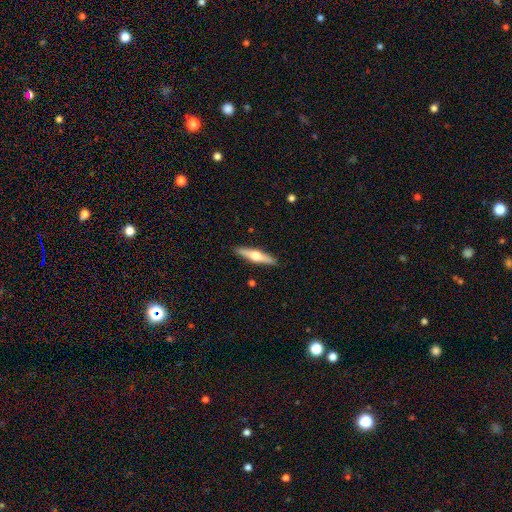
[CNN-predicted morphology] A featured or disk galaxy (59%) viewed edge-on (97%) with a rounded central bulge (94%).

Vote fractions:
- Smooth or featured? featured or disk: 59% / smooth: 36% / star or artifact: 5%
- Edge-on disk? yes: 97% / no: 3%
- Edge-on bulge? rounded: 94% / boxy: 3% / none: 3%
- Merging? none: 91% / minor disturbance: 7% / major disturbance: 1% / merger: 1%